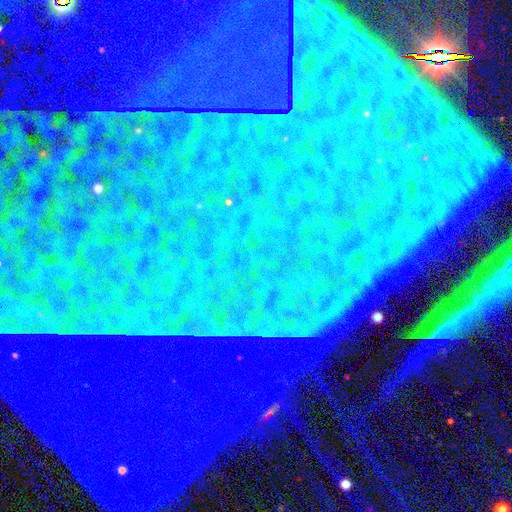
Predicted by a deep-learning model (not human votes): star or artifact 86%, featured or disk 7%, smooth 7%.